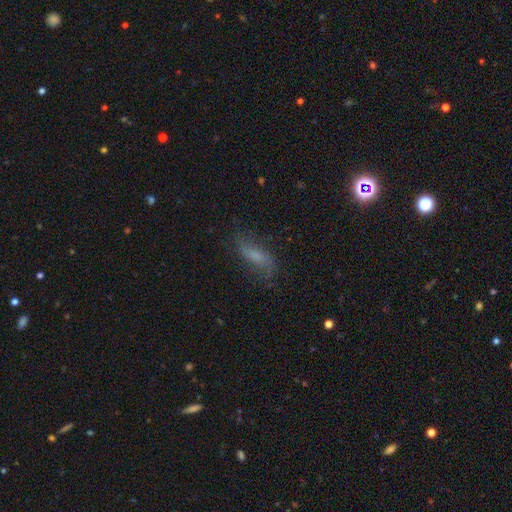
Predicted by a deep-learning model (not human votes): smooth_or_featured: featured or disk (p=0.46) [alt: smooth p=0.40]
merging: none (p=0.66) [alt: minor disturbance p=0.21]